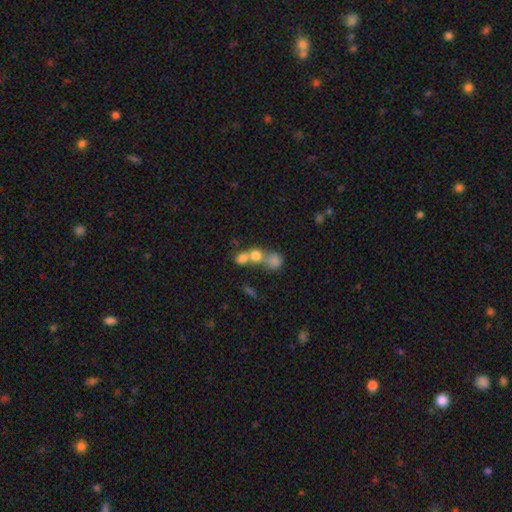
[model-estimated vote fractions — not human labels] The model was most divided on "merging": merger: 65%, none: 25%, minor disturbance: 5%, major disturbance: 4%. More confident: smooth or featured — smooth (71%); how rounded — round (70%).